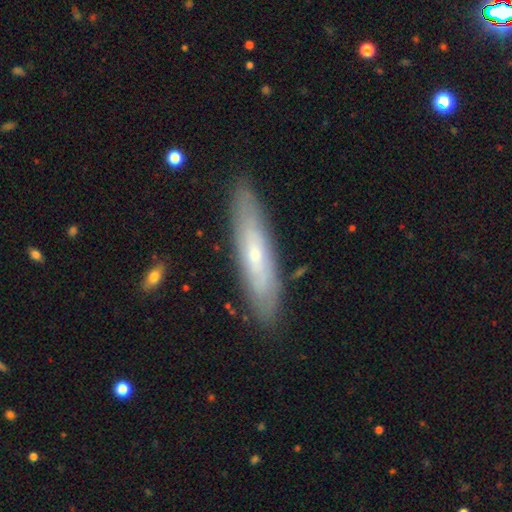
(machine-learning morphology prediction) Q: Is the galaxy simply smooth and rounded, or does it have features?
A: featured or disk — 56%.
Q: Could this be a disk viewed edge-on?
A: yes — 54%.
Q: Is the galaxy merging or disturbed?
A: none — 86%.